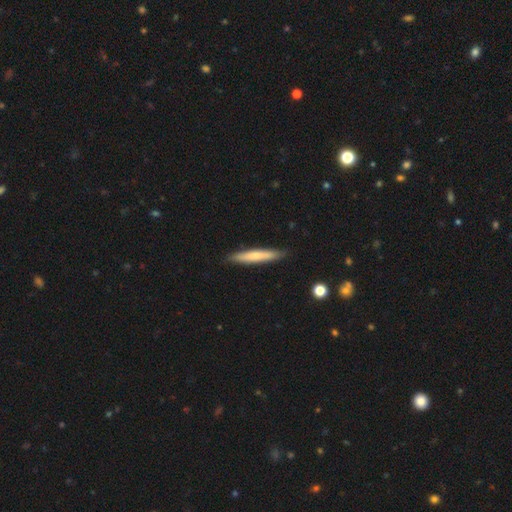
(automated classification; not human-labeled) Overall: smooth (64%; featured or disk 30%). How rounded: cigar-shaped (93%). Merging: none (88%).